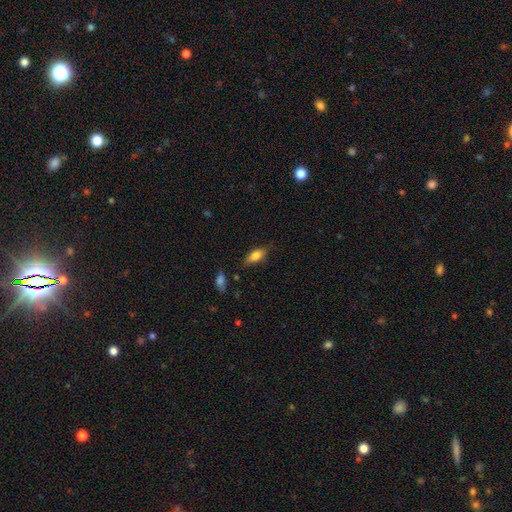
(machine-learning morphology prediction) Overall: smooth (78%). How rounded: in between (82%). Merging: none (74%).